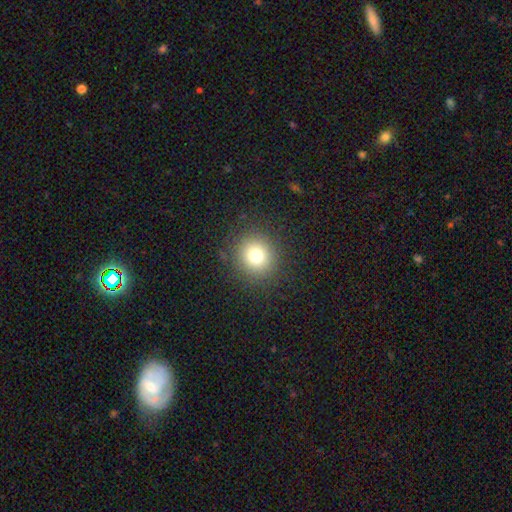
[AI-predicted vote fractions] Smooth or featured? Predicted: smooth (p=0.76). How rounded? Predicted: round (p=0.91). Merging? Predicted: none (p=0.88).